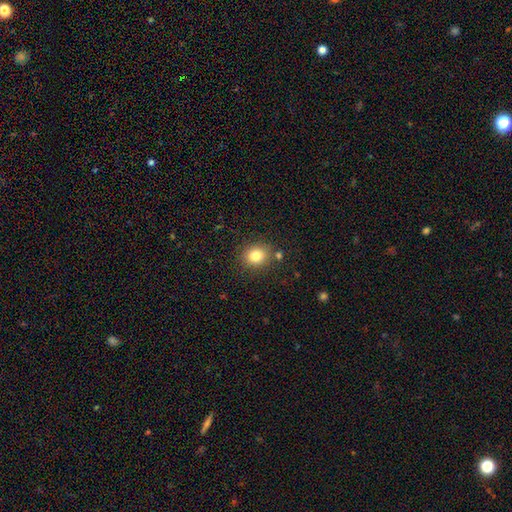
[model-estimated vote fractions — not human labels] Q: Smooth or featured?
A: smooth (81%); runner-up: star or artifact (12%)
Q: How rounded?
A: round (72%); runner-up: in between (27%)
Q: Merging?
A: none (82%); runner-up: minor disturbance (10%)